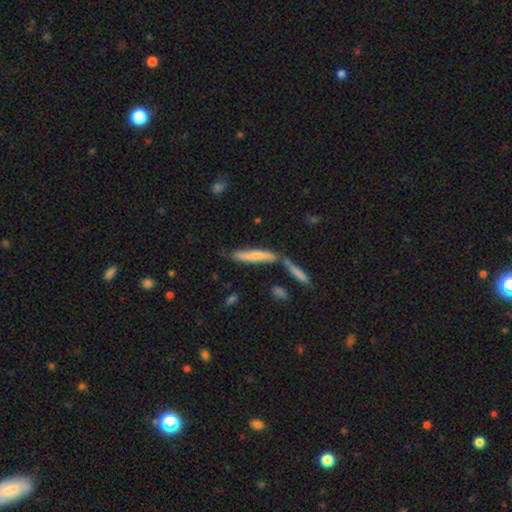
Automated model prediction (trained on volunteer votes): smooth-or-featured: smooth: 65% | featured or disk: 29% | star or artifact: 7%
  how-rounded: cigar-shaped: 88% | in between: 11% | round: 2%
  merging: none: 57% | merger: 22% | minor disturbance: 16% | major disturbance: 5%